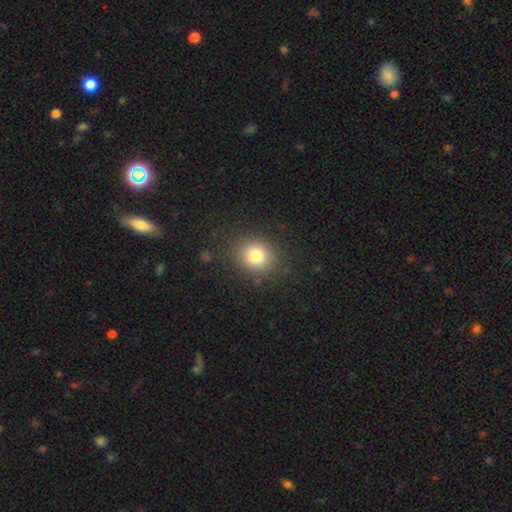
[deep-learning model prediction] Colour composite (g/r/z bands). It shows a smooth galaxy with no disk features (79%) that is round (76%). Merging: none (85%).